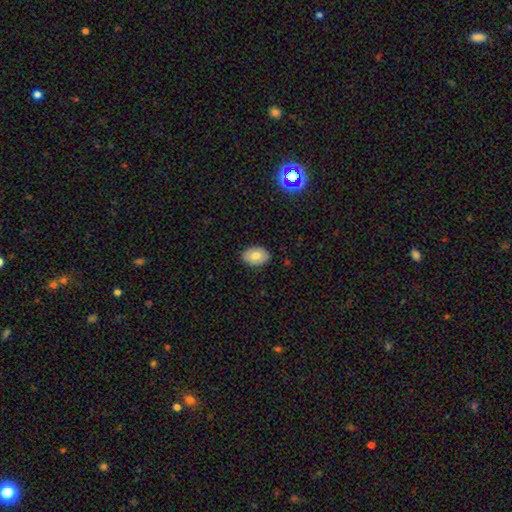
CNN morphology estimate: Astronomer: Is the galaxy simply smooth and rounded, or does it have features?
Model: smooth — 74%.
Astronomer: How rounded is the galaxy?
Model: in between — 81%.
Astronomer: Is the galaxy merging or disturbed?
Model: none — 88%.